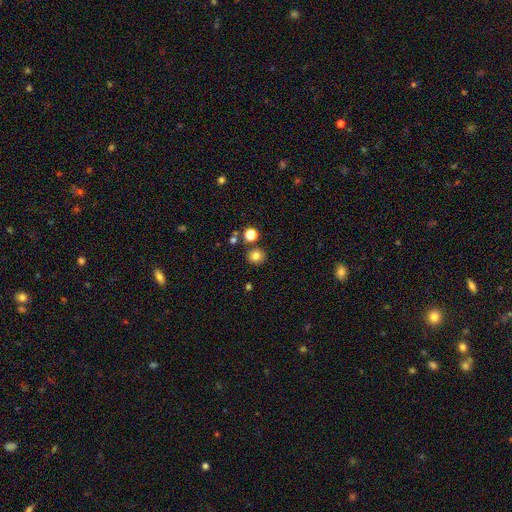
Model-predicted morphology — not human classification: smooth 79%, star or artifact 14%, featured or disk 7%. Down the decision tree: how rounded — round (88%); merging — none (84%).